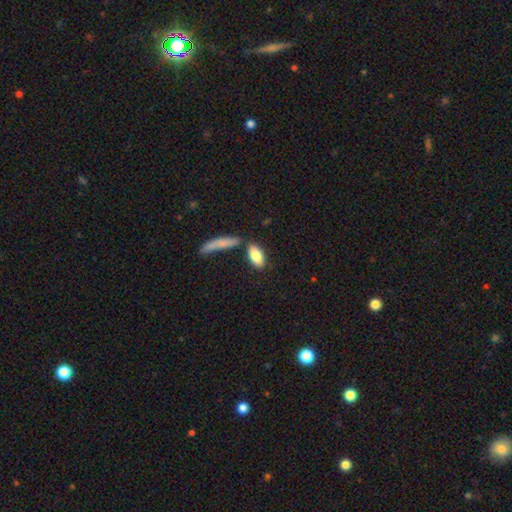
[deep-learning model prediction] smooth 81%, featured or disk 12%, star or artifact 6%. Down the decision tree: how rounded — in between (81%); merging — none (69%).